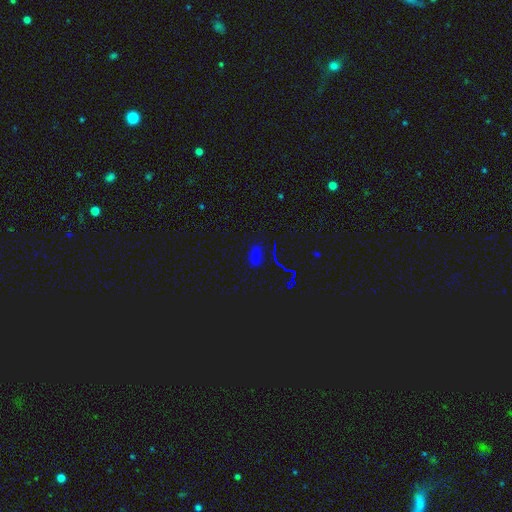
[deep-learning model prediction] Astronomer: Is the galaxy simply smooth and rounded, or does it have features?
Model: star or artifact — 47% (runner-up: smooth, 46%).